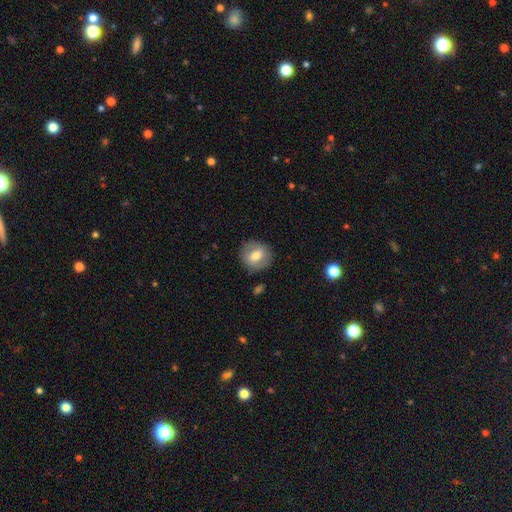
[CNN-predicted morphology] smooth 63%, featured or disk 29%, star or artifact 8%. Down the decision tree: how rounded — round (81%); merging — none (85%).